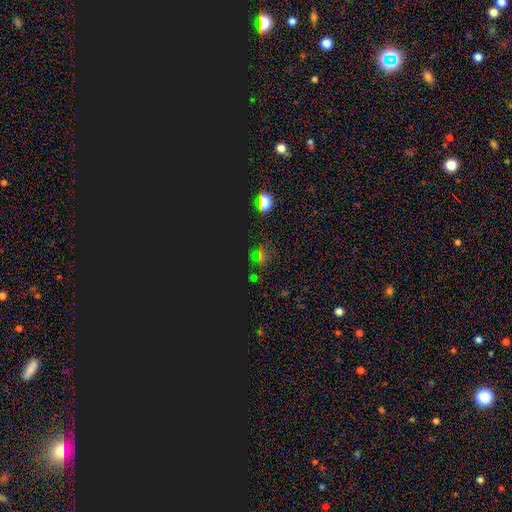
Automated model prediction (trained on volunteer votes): The model was most divided on "smooth or featured": star or artifact: 71%, smooth: 22%, featured or disk: 7%.